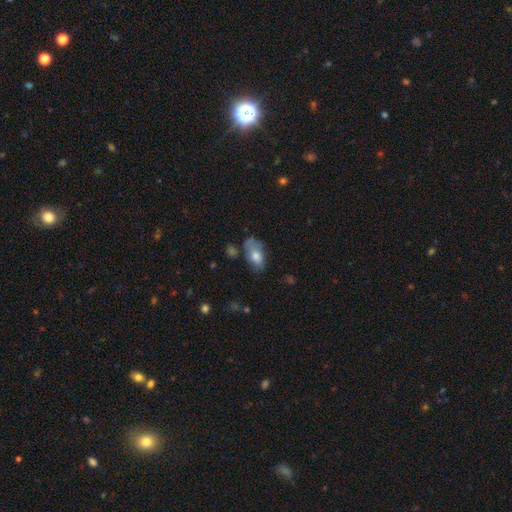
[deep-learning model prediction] The model was most divided on "merging": none: 50%, minor disturbance: 29%, major disturbance: 12%, merger: 9%. More confident: how rounded — in between (91%); smooth or featured — smooth (70%).